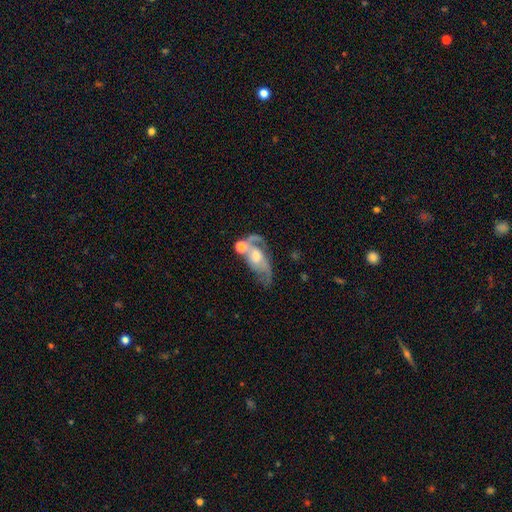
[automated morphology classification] Smooth or featured? Predicted: featured or disk (p=0.75). Edge-on disk? Predicted: no (p=0.93). Bar? Predicted: no (p=0.61). Spiral arms? Predicted: yes (p=0.86). Spiral winding? Predicted: medium (p=0.45). Spiral arm count? Predicted: 2 (p=0.74). Bulge size? Predicted: moderate (p=0.51). Merging? Predicted: none (p=0.38).